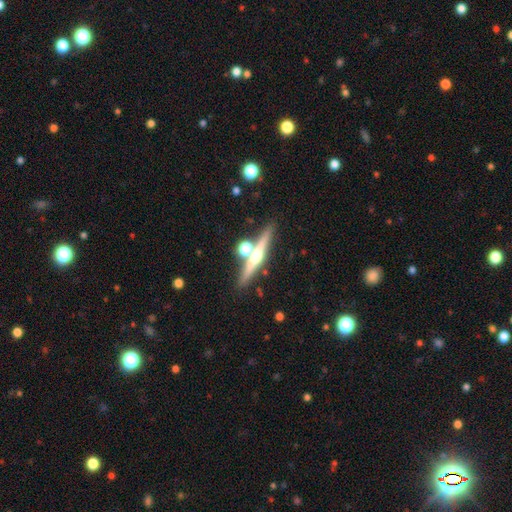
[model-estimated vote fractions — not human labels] Smooth or featured? featured or disk (68%)
Edge-on disk? yes (95%)
Edge-on bulge? rounded (93%)
Merging? none (74%)